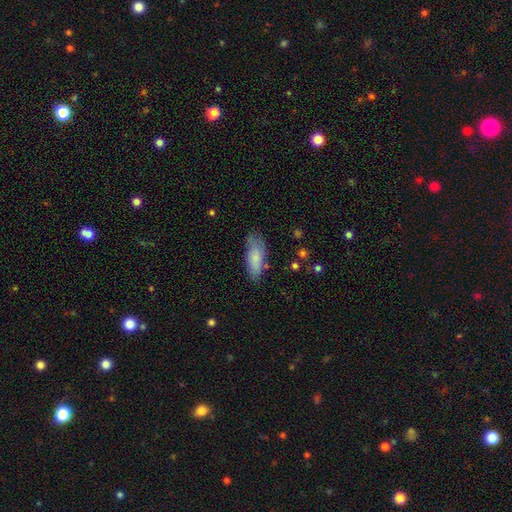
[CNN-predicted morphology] A smooth galaxy with no disk features (80%) that is in between round and cigar-shaped (73%). Merging: none (65%).